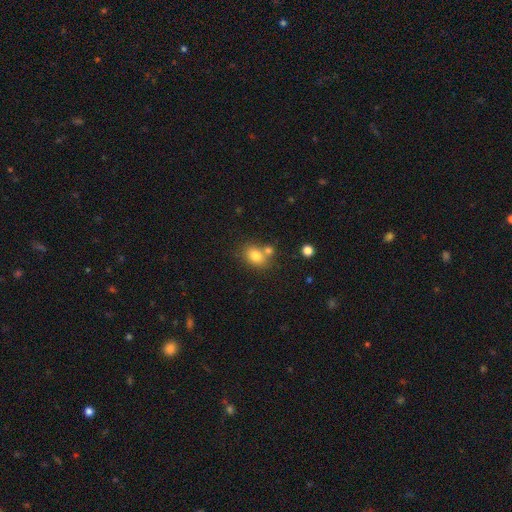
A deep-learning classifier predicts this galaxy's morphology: The model was most divided on "how rounded": in between: 60%, round: 39%, cigar-shaped: 1%. More confident: smooth or featured — smooth (79%); merging — none (55%).